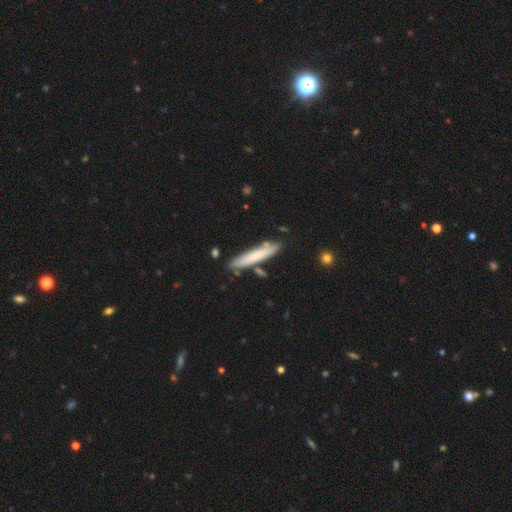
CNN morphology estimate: type=smooth (69%); roundness=cigar-shaped (91%); merging=none (81%).